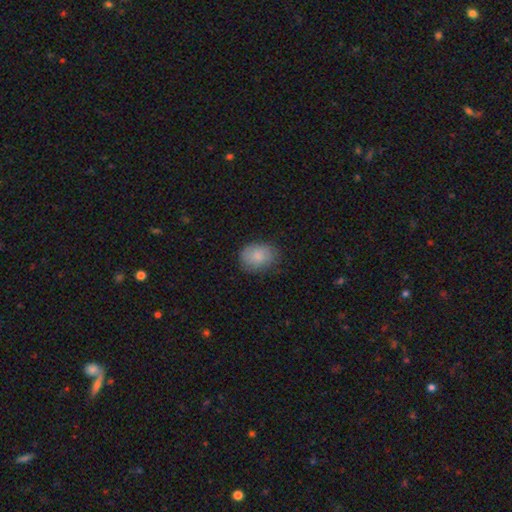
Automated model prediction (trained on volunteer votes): smooth_or_featured: smooth (p=0.81) [alt: featured or disk p=0.12]
how_rounded: in between (p=0.64) [alt: round p=0.35]
merging: none (p=0.73) [alt: minor disturbance p=0.21]